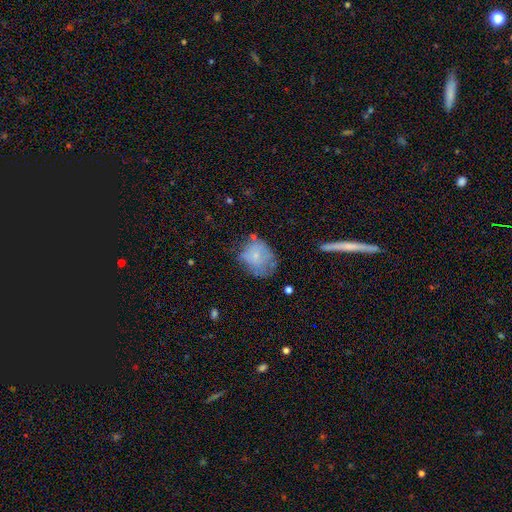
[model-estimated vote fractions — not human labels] smooth-or-featured: smooth: 66% | featured or disk: 24% | star or artifact: 9%
  how-rounded: round: 59% | in between: 40% | cigar-shaped: 1%
  merging: none: 43% | minor disturbance: 32% | major disturbance: 19% | merger: 5%